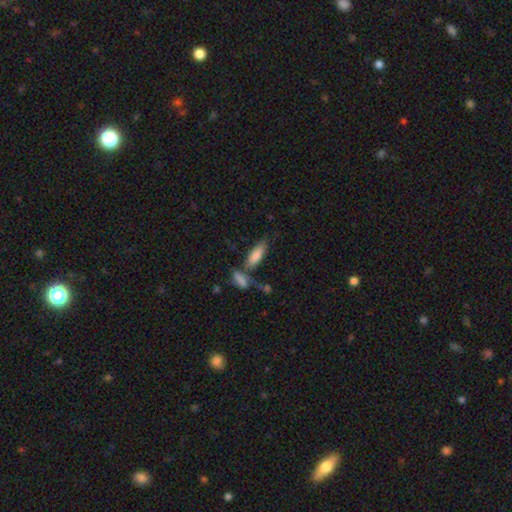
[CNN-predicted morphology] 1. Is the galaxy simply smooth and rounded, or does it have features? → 79% smooth, 14% featured or disk, 8% star or artifact.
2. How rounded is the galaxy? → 66% in between, 32% cigar-shaped, 2% round.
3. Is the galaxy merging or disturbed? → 52% none, 28% merger, 15% minor disturbance, 6% major disturbance.